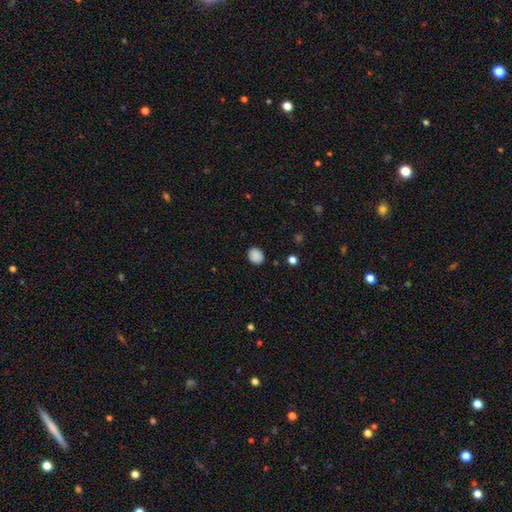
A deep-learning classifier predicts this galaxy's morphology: Smooth or featured? smooth (88%)
How rounded? round (53%)
Merging? none (86%)